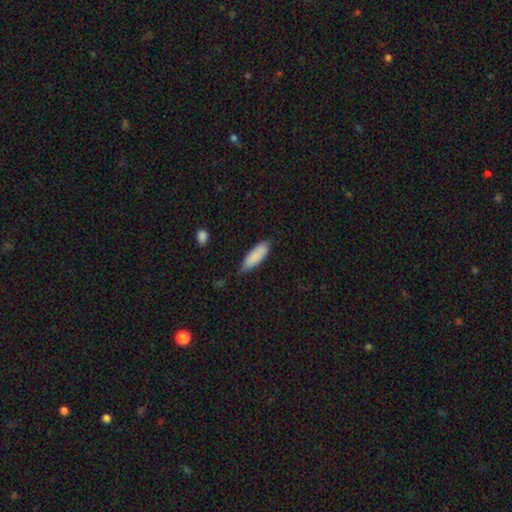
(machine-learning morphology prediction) This is clearly a smooth galaxy (86%). How rounded: likely in between (66%). Merging: possibly none (57%).